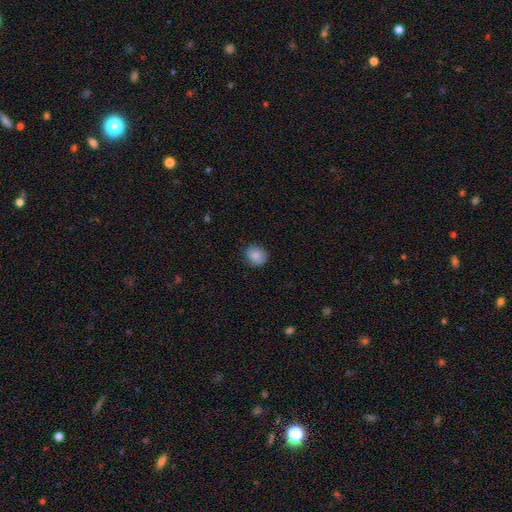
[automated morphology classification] type=smooth (86%); roundness=round (71%); merging=none (82%).